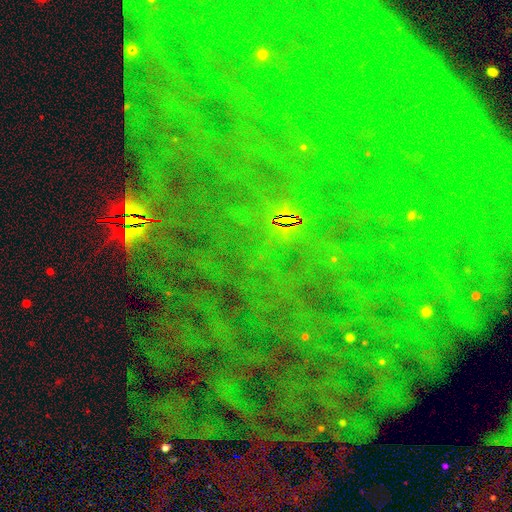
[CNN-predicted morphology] Overall: star or artifact (82%).